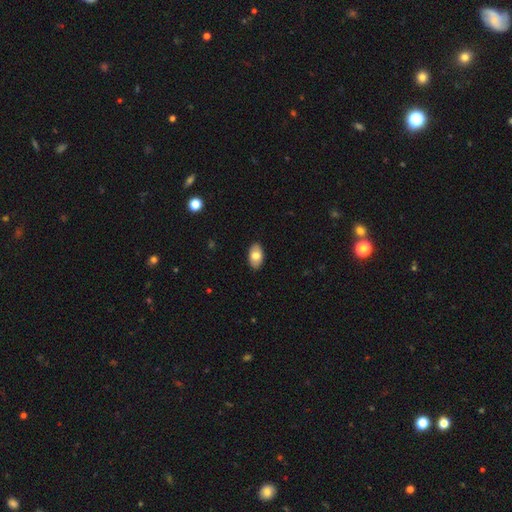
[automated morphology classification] This appears to be a smooth galaxy with no disk features (76%) that is in between round and cigar-shaped (94%). Merging: none (89%).